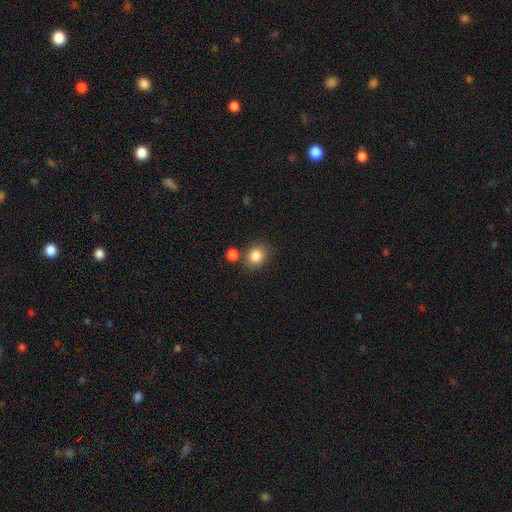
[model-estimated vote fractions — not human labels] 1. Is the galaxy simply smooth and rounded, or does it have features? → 85% smooth, 10% star or artifact, 5% featured or disk.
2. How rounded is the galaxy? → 69% round, 30% in between, 1% cigar-shaped.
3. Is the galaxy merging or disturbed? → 75% none, 12% merger, 11% minor disturbance, 3% major disturbance.